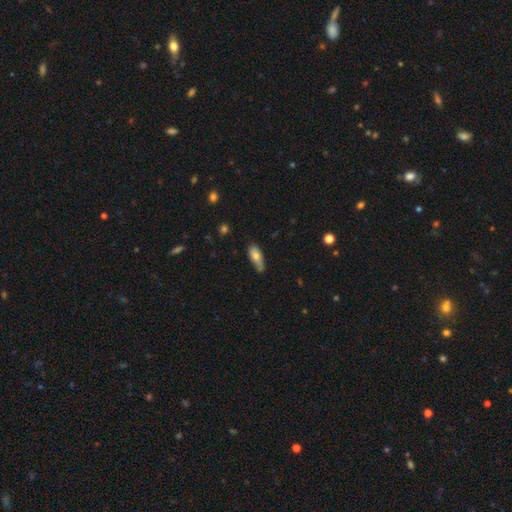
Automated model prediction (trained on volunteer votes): smooth-or-featured: smooth: 72% | featured or disk: 21% | star or artifact: 7%
  how-rounded: in between: 76% | cigar-shaped: 22% | round: 3%
  merging: none: 55% | minor disturbance: 34% | major disturbance: 7% | merger: 4%